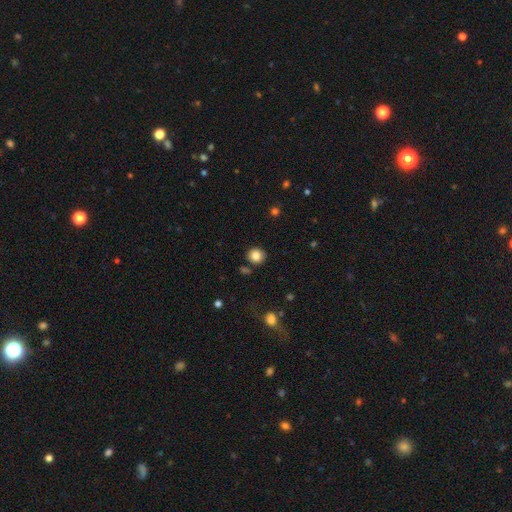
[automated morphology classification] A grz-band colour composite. It shows a smooth galaxy with no disk features (83%) that is round (89%). Merging: none (87%).